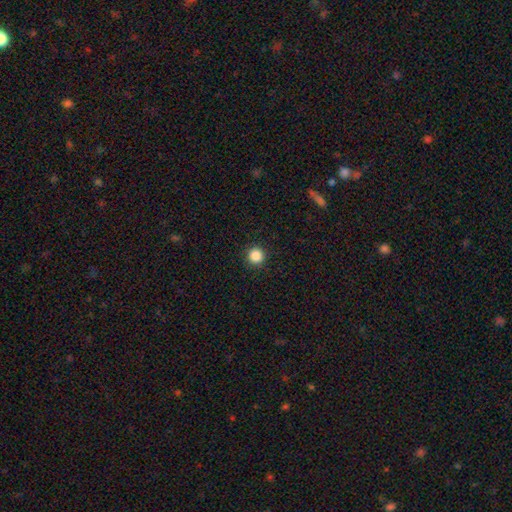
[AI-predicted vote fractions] Smooth or featured? smooth (87%)
How rounded? round (96%)
Merging? none (92%)